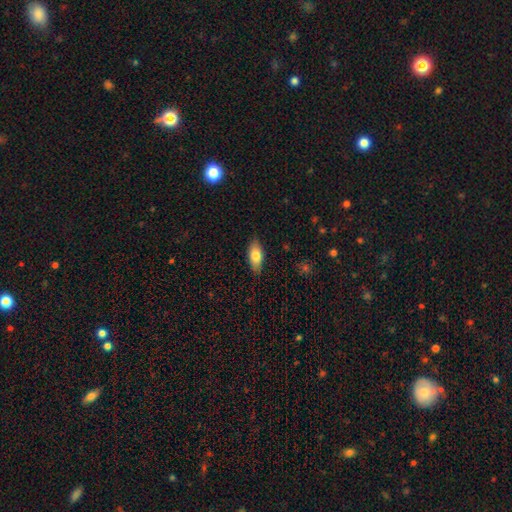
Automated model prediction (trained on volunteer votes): smooth 77%, featured or disk 16%, star or artifact 7%. Down the decision tree: how rounded — in between (86%); merging — none (86%).